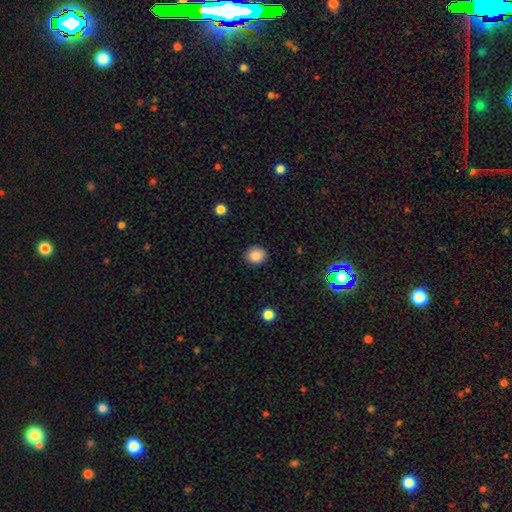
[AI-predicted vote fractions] A smooth galaxy with no disk features (86%) that is round (66%).

Vote fractions:
- Smooth or featured? smooth: 86% / star or artifact: 10% / featured or disk: 5%
- How rounded? round: 66% / in between: 33% / cigar-shaped: 1%
- Merging? none: 89% / minor disturbance: 8% / major disturbance: 2% / merger: 1%